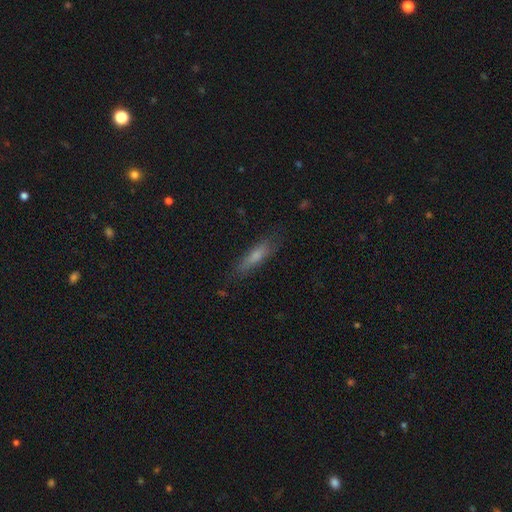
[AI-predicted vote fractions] smooth_or_featured: smooth (p=0.64) [alt: featured or disk p=0.28]
how_rounded: cigar-shaped (p=0.78) [alt: in between p=0.20]
merging: none (p=0.79) [alt: minor disturbance p=0.16]